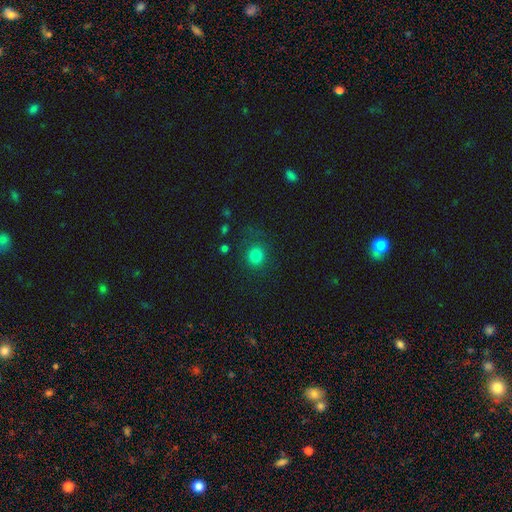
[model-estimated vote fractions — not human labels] Smooth or featured? smooth (81%)
How rounded? round (87%)
Merging? none (78%)